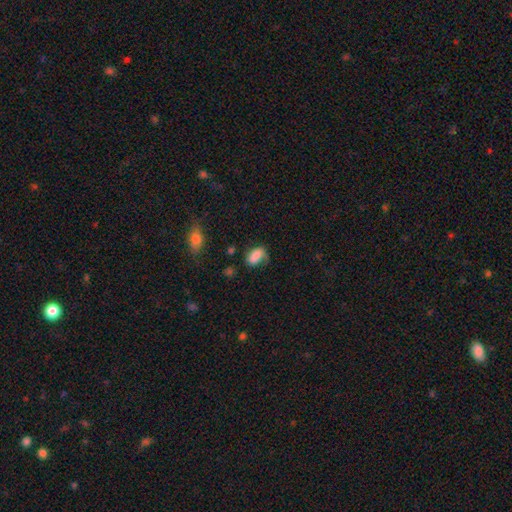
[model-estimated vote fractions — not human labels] The model was most divided on "merging": none: 50%, minor disturbance: 30%, major disturbance: 16%, merger: 4%. More confident: how rounded — in between (89%); smooth or featured — smooth (78%).